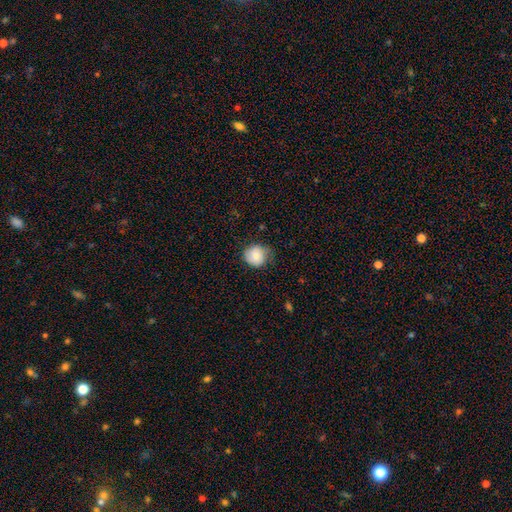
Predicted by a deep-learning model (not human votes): Q: Smooth or featured?
A: smooth (79%); runner-up: featured or disk (14%)
Q: How rounded?
A: round (85%); runner-up: in between (14%)
Q: Merging?
A: none (68%); runner-up: minor disturbance (25%)